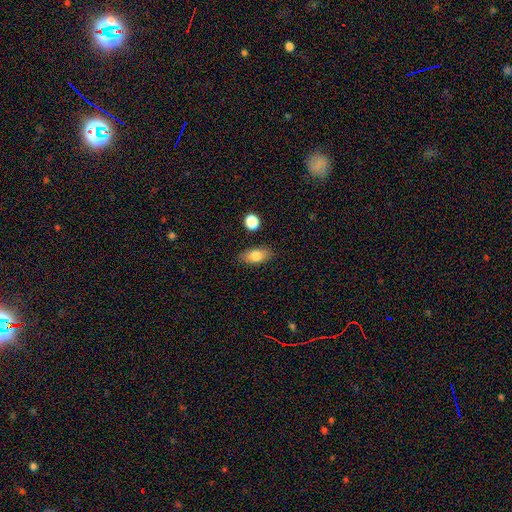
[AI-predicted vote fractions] A smooth galaxy with no disk features (80%) that is in between round and cigar-shaped (85%). Merging: none (83%).